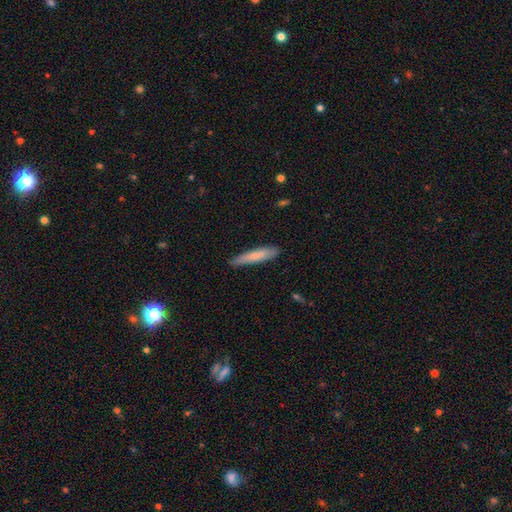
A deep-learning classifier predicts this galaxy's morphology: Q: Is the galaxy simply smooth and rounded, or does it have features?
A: smooth — 75%.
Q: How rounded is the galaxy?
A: cigar-shaped — 91%.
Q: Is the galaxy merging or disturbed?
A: none — 85%.